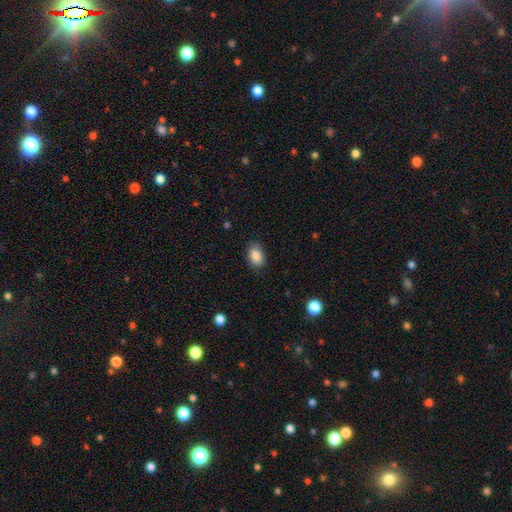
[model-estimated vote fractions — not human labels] This is clearly a smooth galaxy (88%). How rounded: clearly in between (85%). Merging: clearly none (83%).